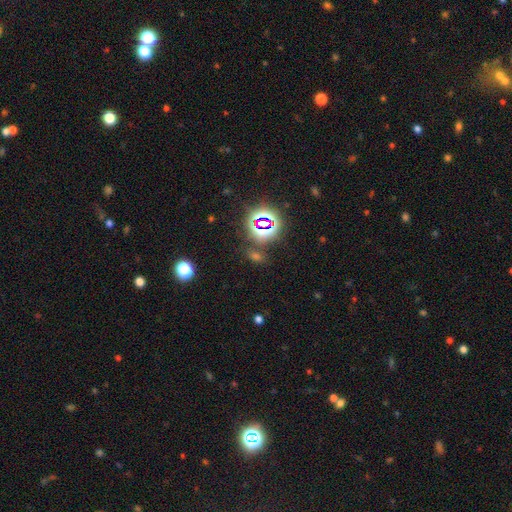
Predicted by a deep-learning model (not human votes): This appears to be a star or artifact, not a galaxy (58%).